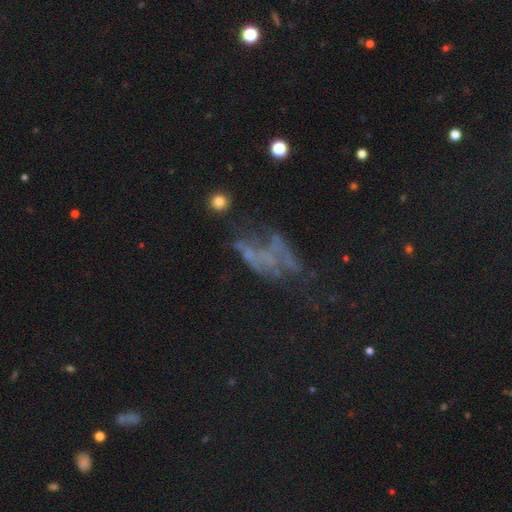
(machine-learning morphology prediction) Smooth or featured?
  - featured or disk: 51% *
  - star or artifact: 27%
  - smooth: 22%
Edge-on disk?
  - no: 94% *
  - yes: 6%
Merging?
  - major disturbance: 43% *
  - none: 30%
  - minor disturbance: 17%
  - merger: 10%